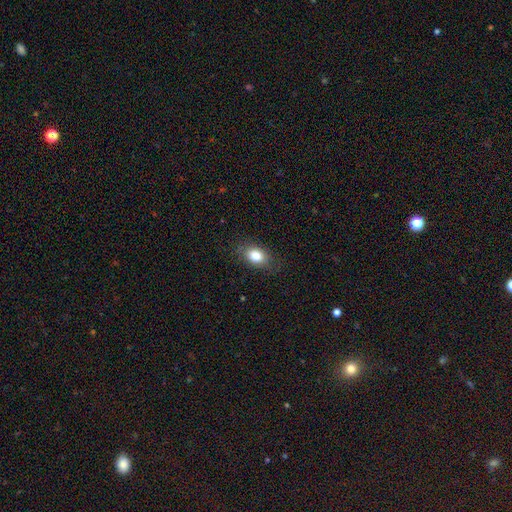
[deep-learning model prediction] Morphology: type=smooth (84%); roundness=in between (80%); merging=none (80%).